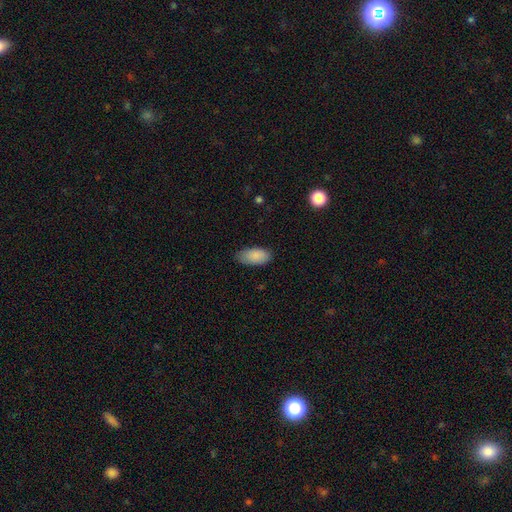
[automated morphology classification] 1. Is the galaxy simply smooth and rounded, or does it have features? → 89% smooth, 6% star or artifact, 5% featured or disk.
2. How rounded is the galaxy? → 93% in between, 4% cigar-shaped, 2% round.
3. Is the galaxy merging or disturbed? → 79% none, 17% minor disturbance, 3% major disturbance, 1% merger.